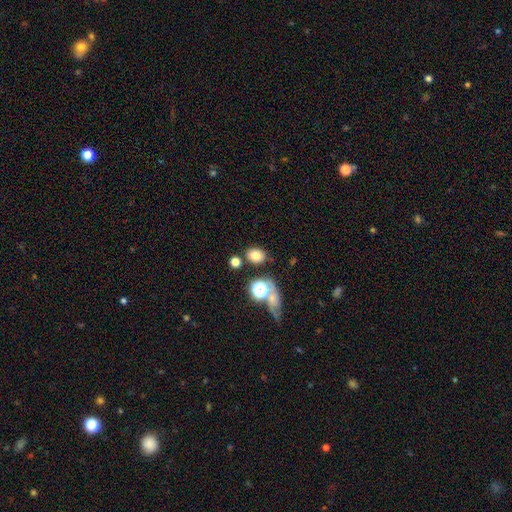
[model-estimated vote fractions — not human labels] This appears to be a smooth galaxy with no disk features (76%) that is in between round and cigar-shaped (57%). Merging: none (76%).